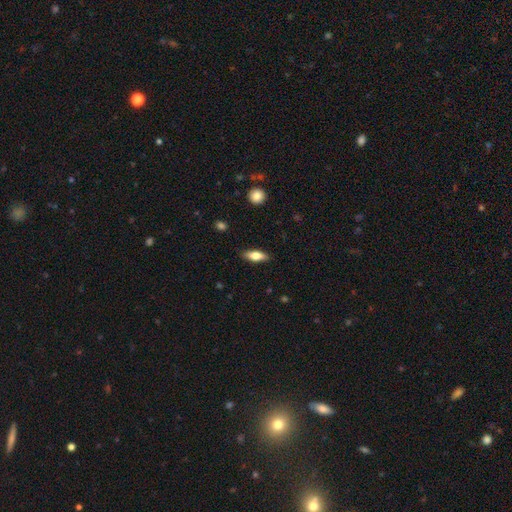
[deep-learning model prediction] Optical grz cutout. It shows a smooth galaxy with no disk features (69%) that is in between round and cigar-shaped (69%). Merging: none (87%).